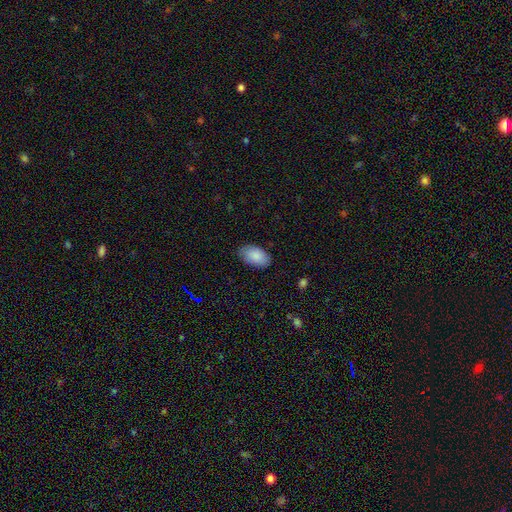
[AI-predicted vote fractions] Smooth or featured?
  - smooth: 86% *
  - featured or disk: 8%
  - star or artifact: 6%
How rounded?
  - in between: 95% *
  - round: 4%
  - cigar-shaped: 1%
Merging?
  - none: 82% *
  - minor disturbance: 14%
  - major disturbance: 3%
  - merger: 1%